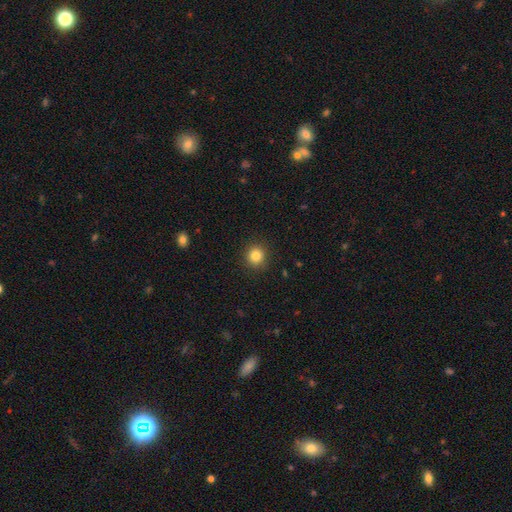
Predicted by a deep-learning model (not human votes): A smooth galaxy with no disk features (84%) that is round (91%).

Vote fractions:
- Smooth or featured? smooth: 84% / star or artifact: 11% / featured or disk: 5%
- How rounded? round: 91% / in between: 8% / cigar-shaped: 1%
- Merging? none: 91% / minor disturbance: 6% / major disturbance: 2% / merger: 1%